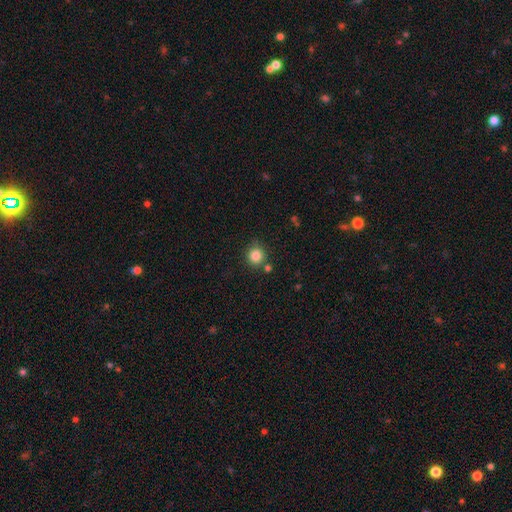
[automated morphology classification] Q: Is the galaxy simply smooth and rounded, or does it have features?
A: smooth — 84%.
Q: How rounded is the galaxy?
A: round — 91%.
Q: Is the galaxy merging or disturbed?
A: none — 79%.